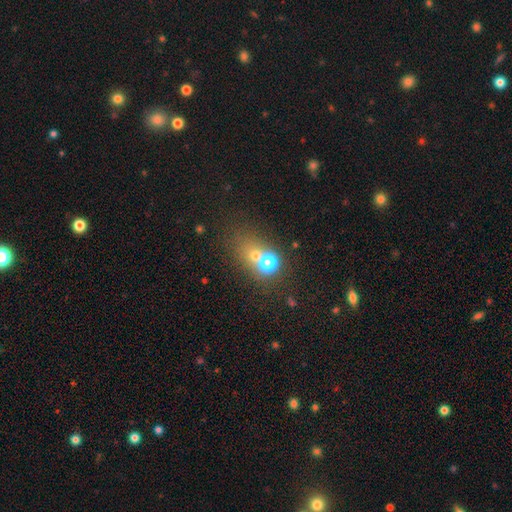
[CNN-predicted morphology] smooth-or-featured: smooth: 54% | star or artifact: 31% | featured or disk: 15%
  how-rounded: round: 63% | in between: 34% | cigar-shaped: 2%
  merging: none: 46% | merger: 39% | minor disturbance: 9% | major disturbance: 6%